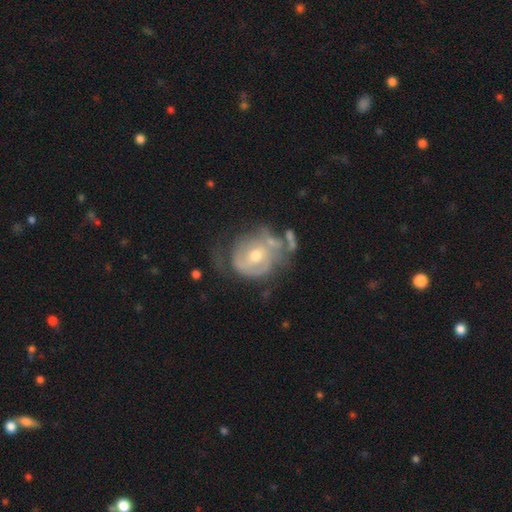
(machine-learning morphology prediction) The model was most divided on "merging": none: 35%, major disturbance: 27%, minor disturbance: 24%, merger: 15%. More confident: edge-on disk — no (97%); smooth or featured — featured or disk (71%); bar — no (67%); spiral arms — yes (66%); bulge size — moderate (61%).